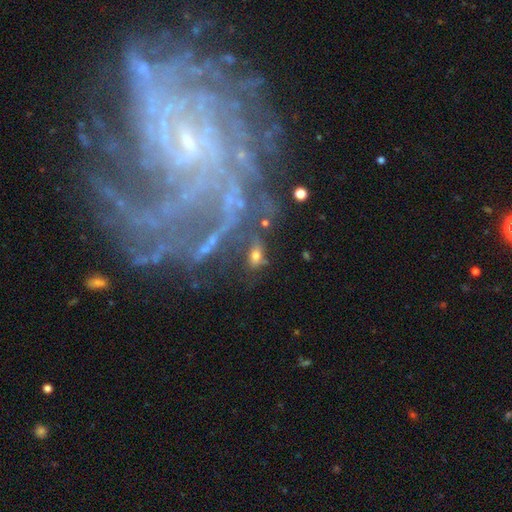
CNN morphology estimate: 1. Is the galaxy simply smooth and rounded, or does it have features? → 43% smooth, 39% featured or disk, 18% star or artifact.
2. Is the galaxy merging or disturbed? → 43% none, 21% major disturbance, 20% minor disturbance, 16% merger.